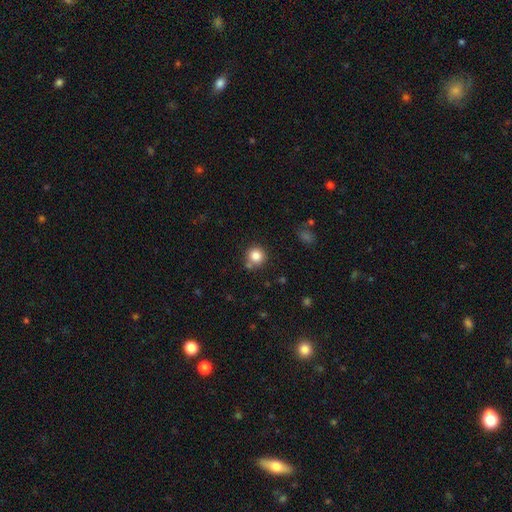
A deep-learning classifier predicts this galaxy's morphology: This is clearly a smooth galaxy (84%). How rounded: clearly round (93%). Merging: likely none (76%).